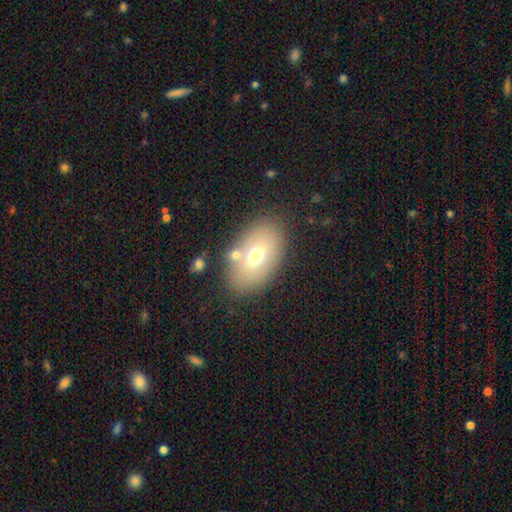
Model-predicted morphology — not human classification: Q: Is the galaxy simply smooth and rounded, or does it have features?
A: smooth — 63%.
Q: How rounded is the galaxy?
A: in between — 88%.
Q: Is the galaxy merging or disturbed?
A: none — 74%.